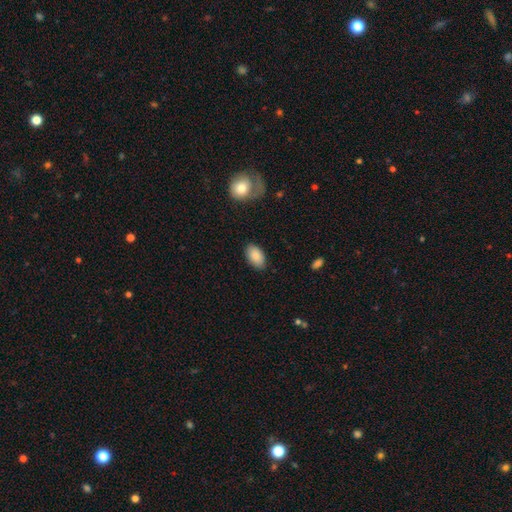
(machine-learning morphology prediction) Smooth or featured? smooth (86%)
How rounded? in between (94%)
Merging? none (86%)